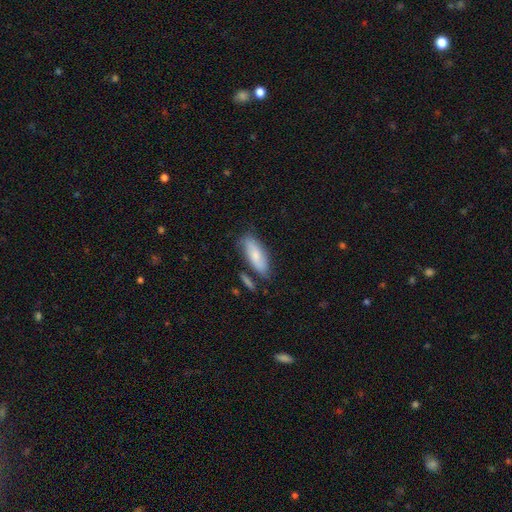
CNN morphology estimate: Q: Smooth or featured?
A: smooth (72%); runner-up: featured or disk (22%)
Q: How rounded?
A: in between (70%); runner-up: cigar-shaped (28%)
Q: Merging?
A: none (68%); runner-up: minor disturbance (20%)